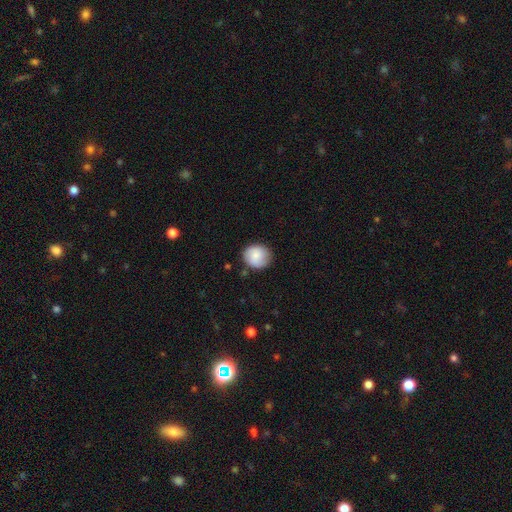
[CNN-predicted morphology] A smooth galaxy with no disk features (80%) that is round (82%).

Vote fractions:
- Smooth or featured? smooth: 80% / featured or disk: 13% / star or artifact: 7%
- How rounded? round: 82% / in between: 17% / cigar-shaped: 1%
- Merging? none: 81% / minor disturbance: 14% / major disturbance: 3% / merger: 2%